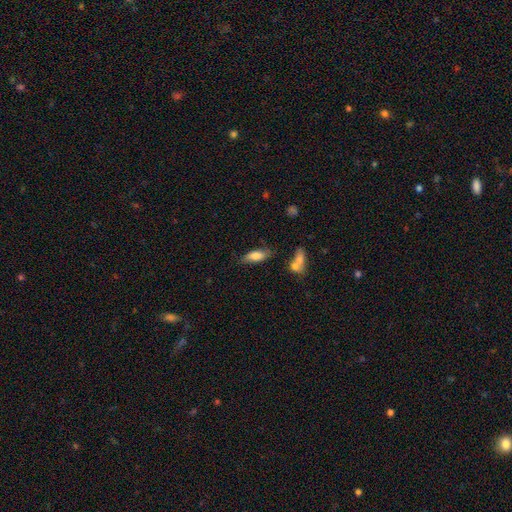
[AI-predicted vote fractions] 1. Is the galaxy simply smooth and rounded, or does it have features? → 77% smooth, 16% featured or disk, 7% star or artifact.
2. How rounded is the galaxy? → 73% in between, 24% cigar-shaped, 3% round.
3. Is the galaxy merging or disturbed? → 65% none, 22% minor disturbance, 6% merger, 6% major disturbance.